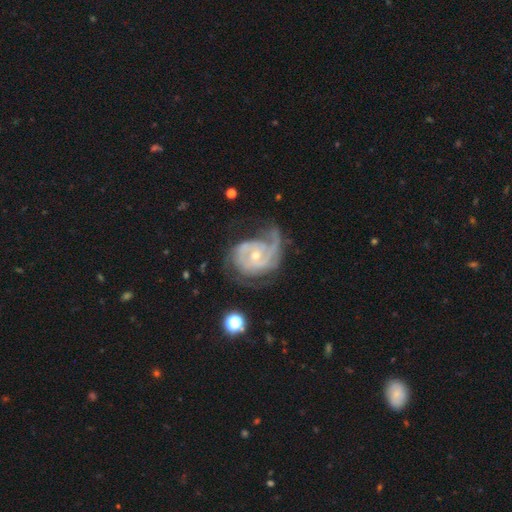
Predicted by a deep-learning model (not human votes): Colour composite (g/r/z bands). It shows a featured or disk galaxy (89%) with no bar (60%), 2 (44%) tight (48%) spiral arms (97%) and a small central bulge (62%). Merging: none (52%).